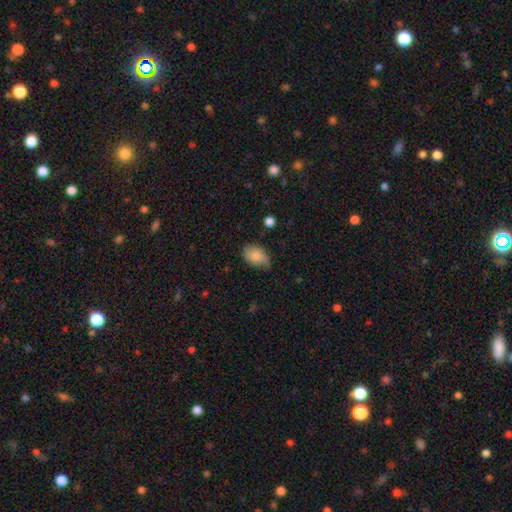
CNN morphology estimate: smooth_or_featured: smooth (p=0.84) [alt: featured or disk p=0.09]
how_rounded: in between (p=0.85) [alt: round p=0.14]
merging: none (p=0.60) [alt: minor disturbance p=0.33]